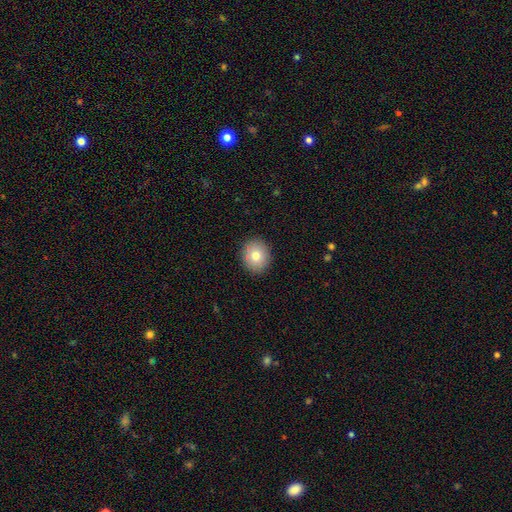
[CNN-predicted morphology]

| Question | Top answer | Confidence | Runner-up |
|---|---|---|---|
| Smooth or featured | smooth | 78% | featured or disk (12%) |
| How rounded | round | 74% | in between (25%) |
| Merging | none | 90% | minor disturbance (7%) |